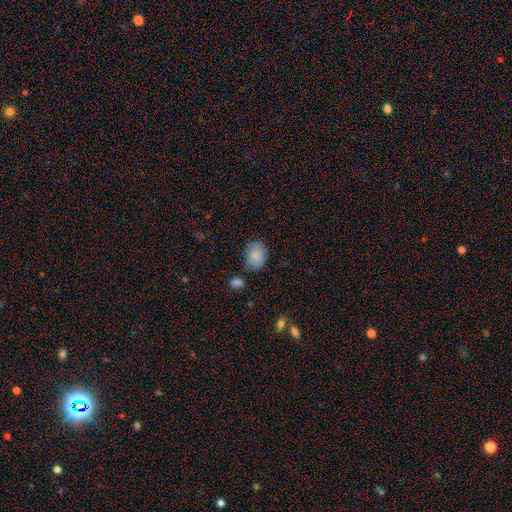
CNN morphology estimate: Smooth or featured? Predicted: smooth (p=0.82). How rounded? Predicted: in between (p=0.72). Merging? Predicted: none (p=0.66).